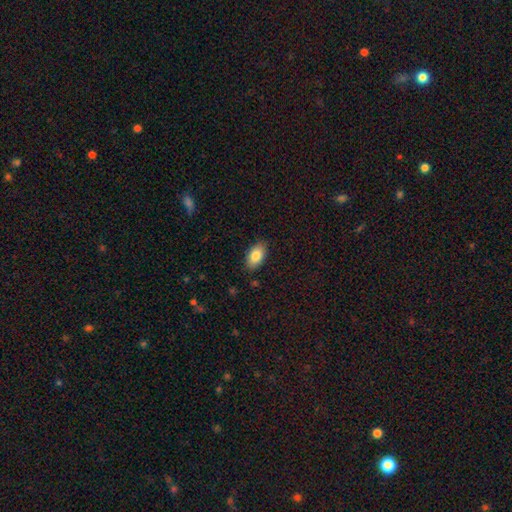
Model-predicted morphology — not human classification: type=smooth (83%); roundness=in between (93%); merging=none (86%).